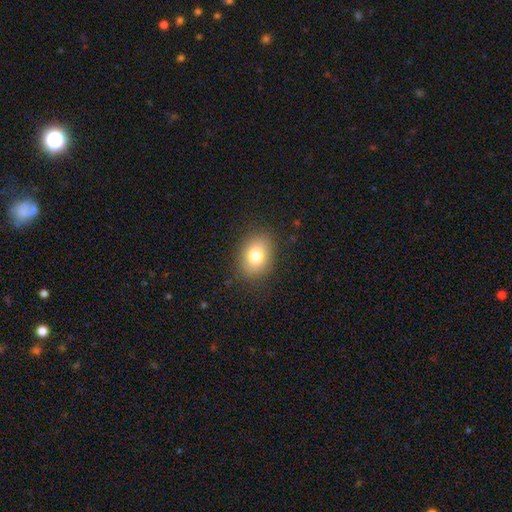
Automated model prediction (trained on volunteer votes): Smooth or featured? smooth (80%)
How rounded? in between (66%)
Merging? none (85%)